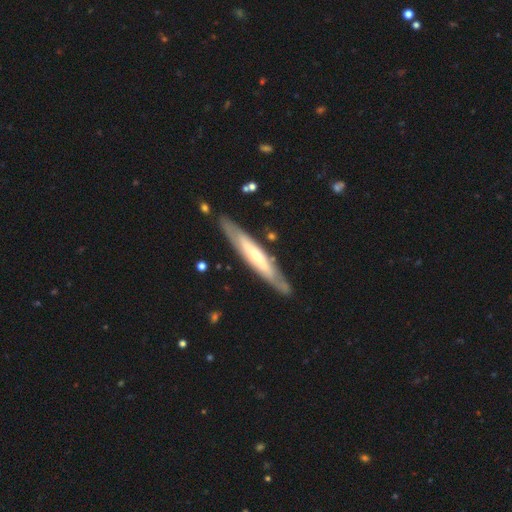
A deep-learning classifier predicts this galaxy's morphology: This is likely a featured or disk galaxy (66%). It is likely viewed edge-on (69%). Merging: clearly none (85%).